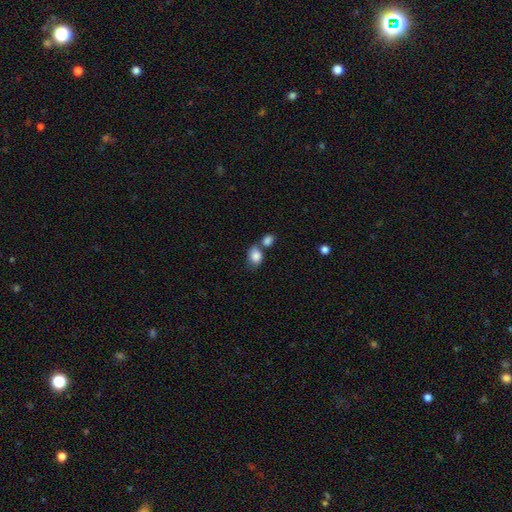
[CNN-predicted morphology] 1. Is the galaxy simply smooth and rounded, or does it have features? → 85% smooth, 8% star or artifact, 7% featured or disk.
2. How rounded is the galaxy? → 59% in between, 39% round, 1% cigar-shaped.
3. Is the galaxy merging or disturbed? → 41% none (tied), 41% merger (tied), 13% minor disturbance, 5% major disturbance.